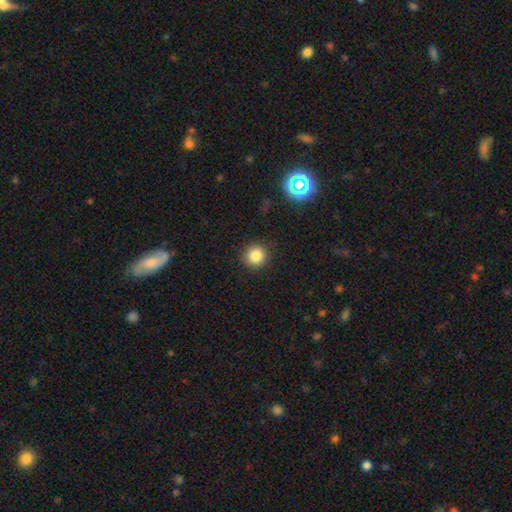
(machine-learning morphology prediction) The model was most divided on "smooth or featured": smooth: 83%, star or artifact: 12%, featured or disk: 5%. More confident: how rounded — round (93%); merging — none (90%).